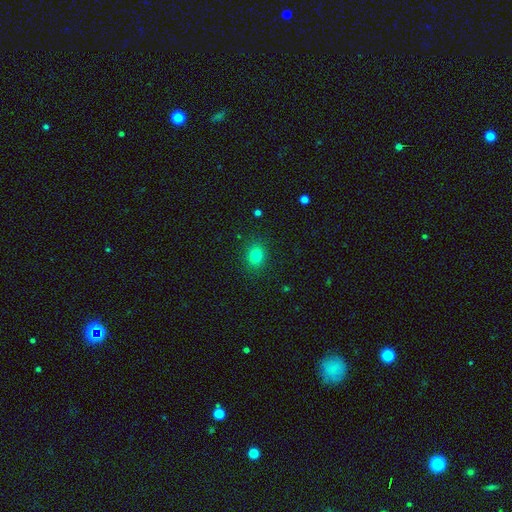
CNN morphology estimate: Overall: smooth (80%). How rounded: round (58%; in between 41%). Merging: none (88%).